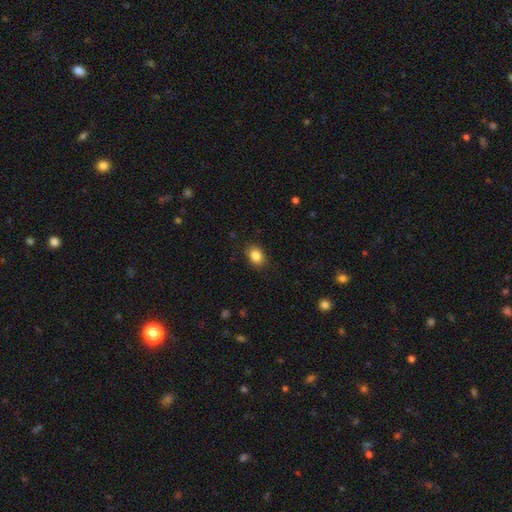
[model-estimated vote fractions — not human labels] A smooth galaxy with no disk features (86%) that is in between round and cigar-shaped (72%).

Vote fractions:
- Smooth or featured? smooth: 86% / star or artifact: 9% / featured or disk: 5%
- How rounded? in between: 72% / round: 27% / cigar-shaped: 1%
- Merging? none: 87% / minor disturbance: 10% / major disturbance: 3% / merger: 1%